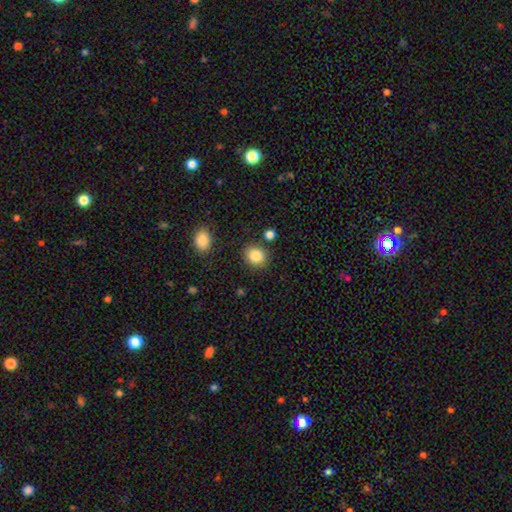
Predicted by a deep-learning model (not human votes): A smooth galaxy with no disk features (85%) that is round (71%).

Vote fractions:
- Smooth or featured? smooth: 85% / star or artifact: 9% / featured or disk: 5%
- How rounded? round: 71% / in between: 28% / cigar-shaped: 1%
- Merging? none: 84% / minor disturbance: 9% / merger: 4% / major disturbance: 3%